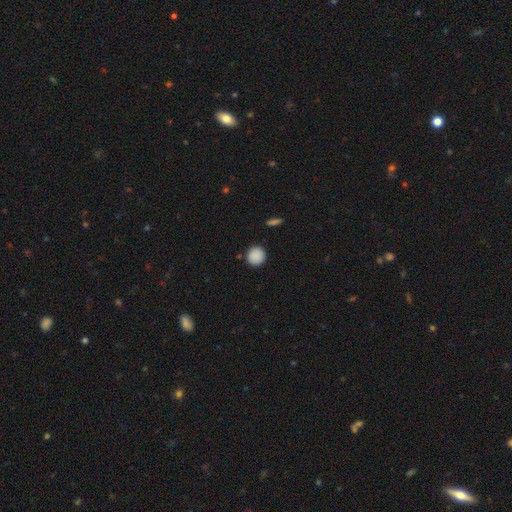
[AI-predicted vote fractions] Morphology: type=smooth (89%); roundness=round (92%); merging=none (90%).